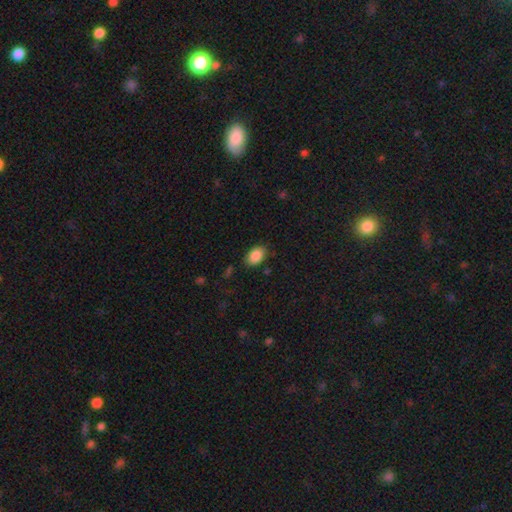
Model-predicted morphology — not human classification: This is clearly a smooth galaxy (88%). How rounded: clearly in between (87%). Merging: clearly none (83%).